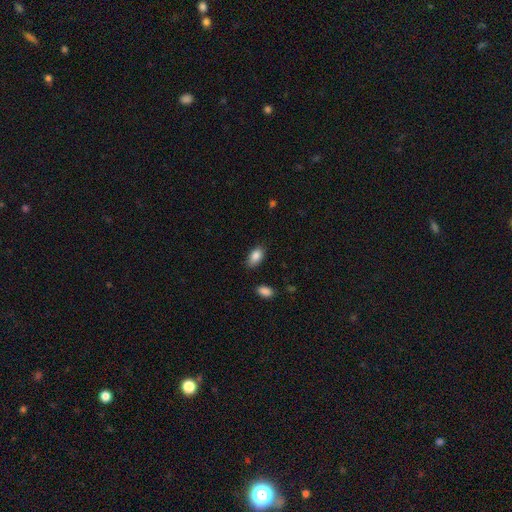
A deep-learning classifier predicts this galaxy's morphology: Q: Smooth or featured?
A: smooth (87%); runner-up: star or artifact (7%)
Q: How rounded?
A: in between (92%); runner-up: round (5%)
Q: Merging?
A: none (82%); runner-up: minor disturbance (13%)